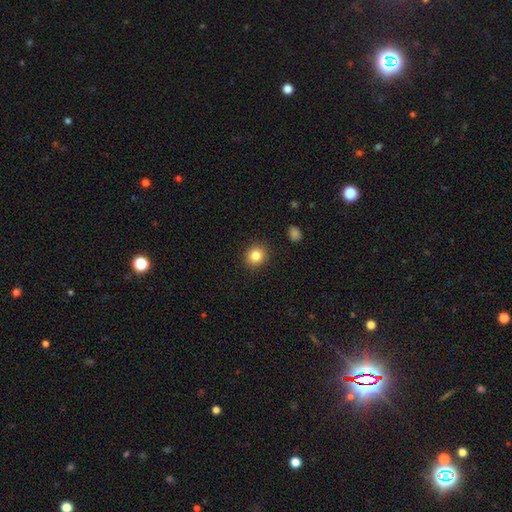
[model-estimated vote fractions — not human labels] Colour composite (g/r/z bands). It shows a smooth galaxy with no disk features (84%) that is round (82%). Merging: none (90%).